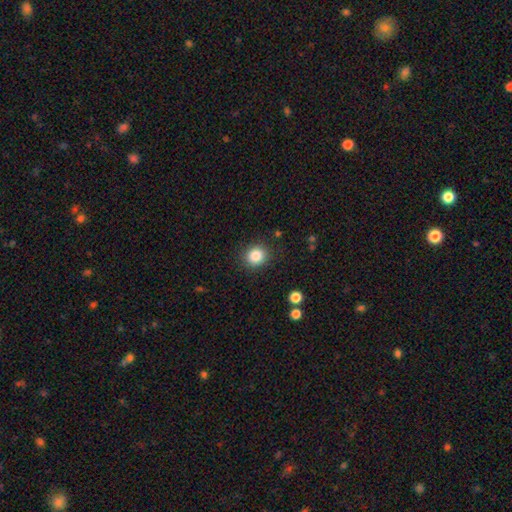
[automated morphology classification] Smooth or featured?
  - smooth: 85% *
  - star or artifact: 10%
  - featured or disk: 5%
How rounded?
  - round: 82% *
  - in between: 17%
  - cigar-shaped: 1%
Merging?
  - none: 88% *
  - minor disturbance: 8%
  - major disturbance: 3%
  - merger: 1%